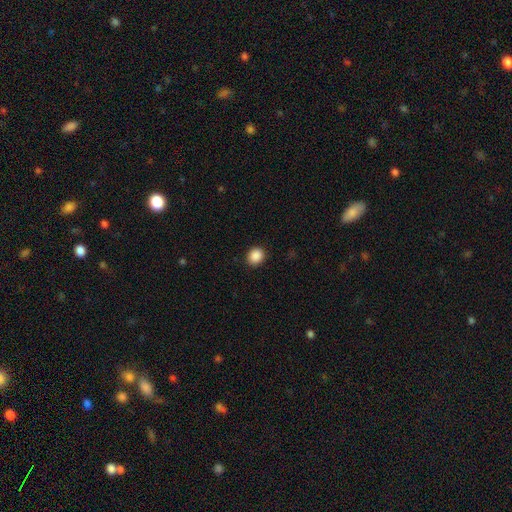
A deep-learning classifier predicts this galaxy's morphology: A smooth galaxy with no disk features (89%) that is round (73%). Merging: none (91%).